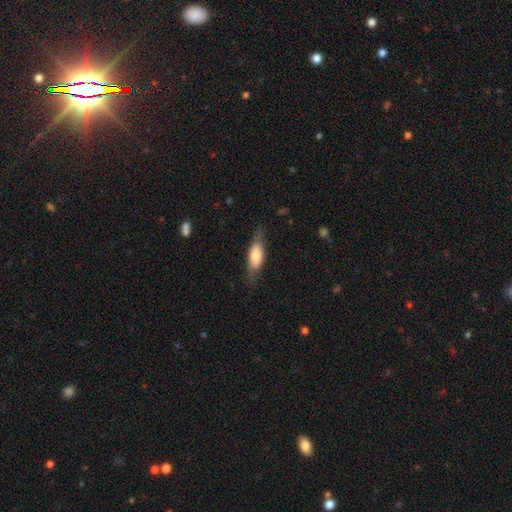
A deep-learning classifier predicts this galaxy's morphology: Overall: smooth (70%). How rounded: in between (64%; cigar-shaped 34%). Merging: none (73%).